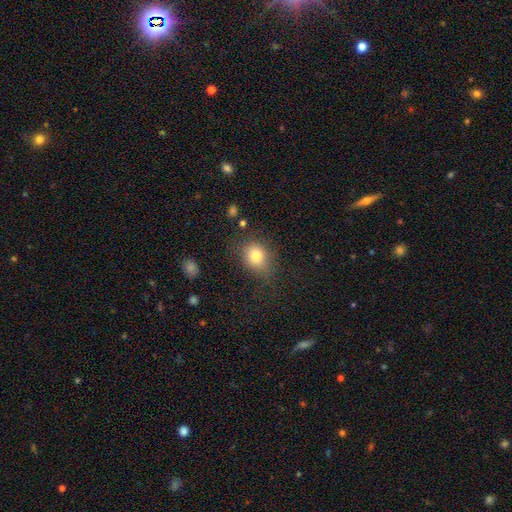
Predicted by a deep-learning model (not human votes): This appears to be a smooth galaxy with no disk features (79%) that is round (57%). Merging: none (70%).